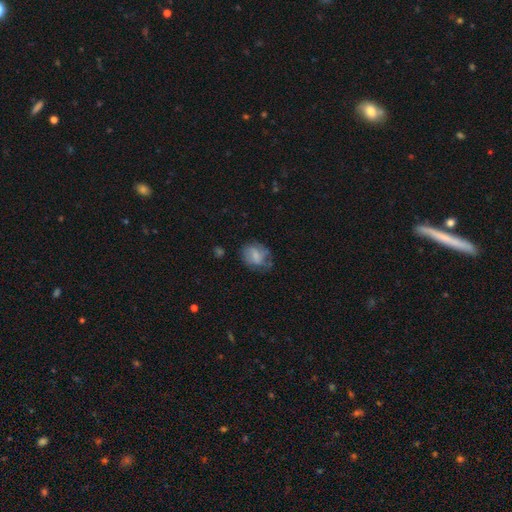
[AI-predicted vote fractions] The model was most divided on "how rounded": in between: 51%, round: 48%, cigar-shaped: 1%. More confident: smooth or featured — smooth (63%); merging — none (54%).